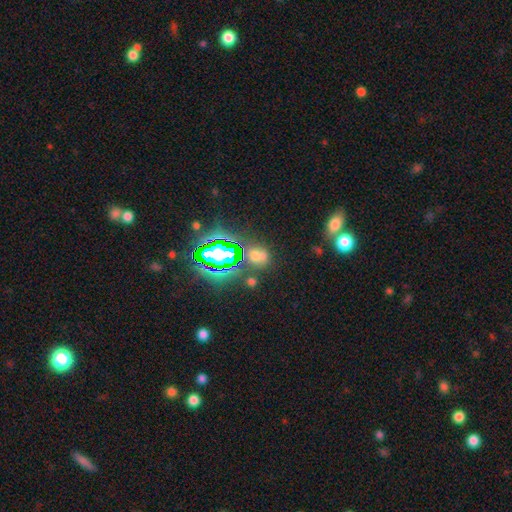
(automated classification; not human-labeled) star or artifact 45%, smooth 44%, featured or disk 11%.